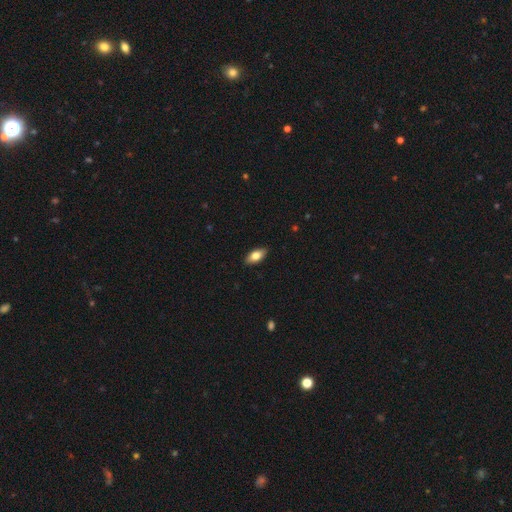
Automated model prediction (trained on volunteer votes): This is likely a smooth galaxy (77%). How rounded: clearly in between (89%). Merging: clearly none (89%).